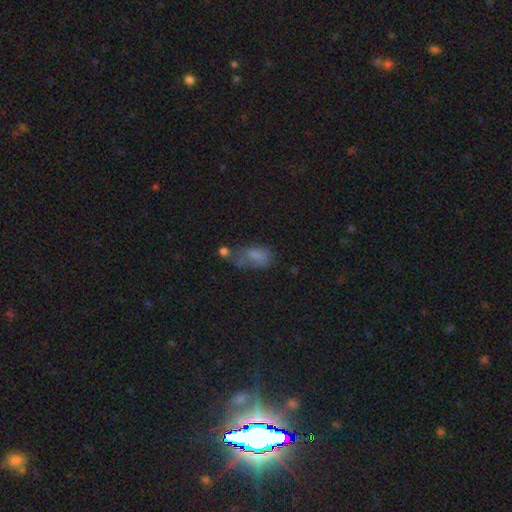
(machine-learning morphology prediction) Smooth or featured?
  - smooth: 63% *
  - featured or disk: 20%
  - star or artifact: 16%
How rounded?
  - in between: 87% *
  - round: 10%
  - cigar-shaped: 4%
Merging?
  - none: 29% *
  - major disturbance: 26%
  - minor disturbance: 26%
  - merger: 18%